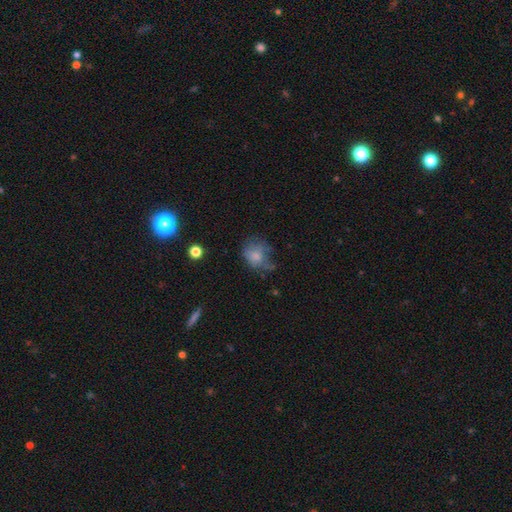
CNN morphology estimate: smooth-or-featured: smooth: 66% | featured or disk: 22% | star or artifact: 12%
  how-rounded: round: 55% | in between: 44% | cigar-shaped: 1%
  merging: none: 42% | minor disturbance: 29% | major disturbance: 26% | merger: 3%